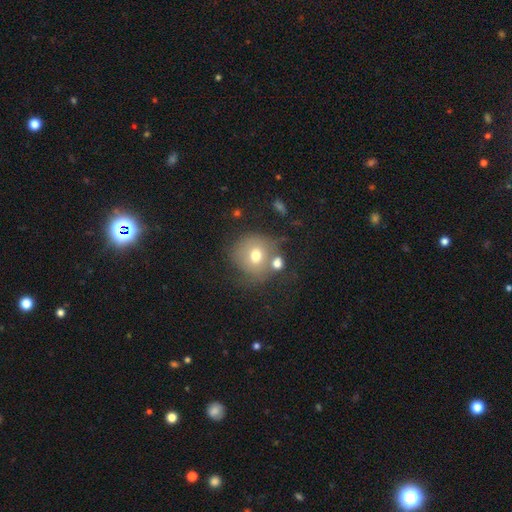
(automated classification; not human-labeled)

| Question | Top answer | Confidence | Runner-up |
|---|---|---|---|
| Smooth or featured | smooth | 66% | featured or disk (22%) |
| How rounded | round | 87% | in between (12%) |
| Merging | none | 54% | merger (21%) |